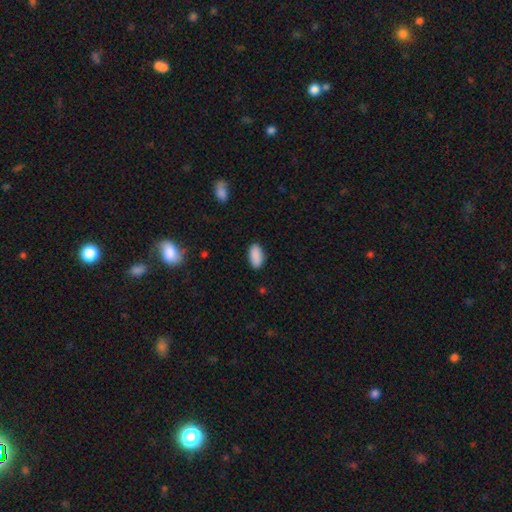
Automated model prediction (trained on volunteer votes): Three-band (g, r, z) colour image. It shows a smooth galaxy with no disk features (90%) that is in between round and cigar-shaped (93%). Merging: none (87%).